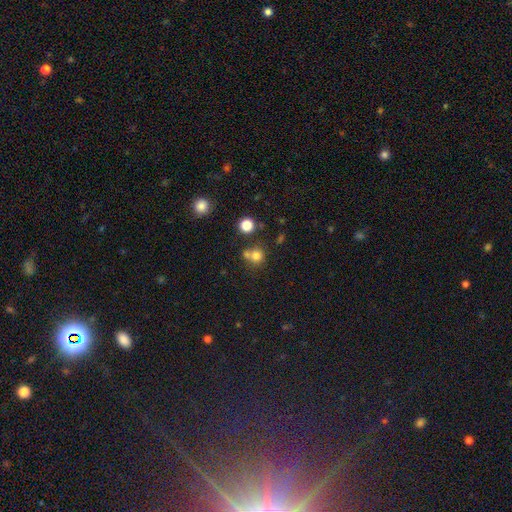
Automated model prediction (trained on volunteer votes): A smooth galaxy with no disk features (76%) that is round (85%).

Vote fractions:
- Smooth or featured? smooth: 76% / star or artifact: 15% / featured or disk: 9%
- How rounded? round: 85% / in between: 14% / cigar-shaped: 1%
- Merging? none: 54% / merger: 31% / minor disturbance: 11% / major disturbance: 5%